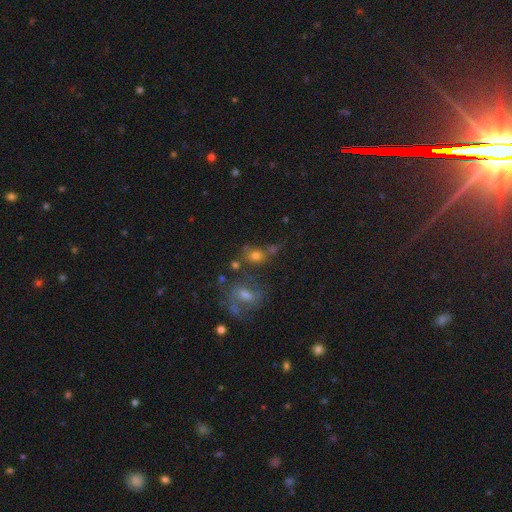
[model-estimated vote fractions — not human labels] smooth_or_featured: smooth (p=0.65) [alt: star or artifact p=0.18]
how_rounded: round (p=0.53) [alt: in between p=0.44]
merging: none (p=0.53) [alt: merger p=0.23]